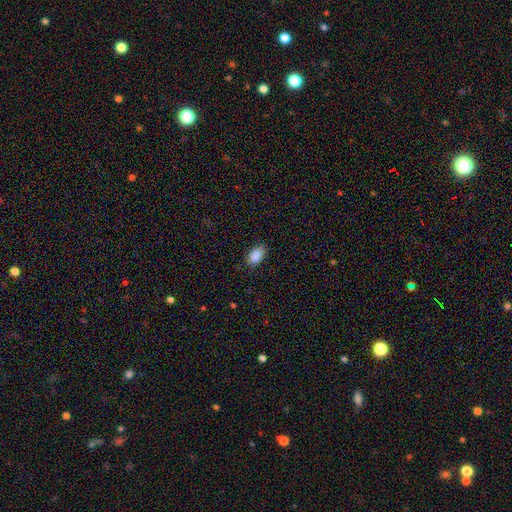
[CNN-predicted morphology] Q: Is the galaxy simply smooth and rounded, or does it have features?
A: smooth — 89%.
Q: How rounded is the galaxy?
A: in between — 92%.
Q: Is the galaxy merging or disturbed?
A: none — 80%.